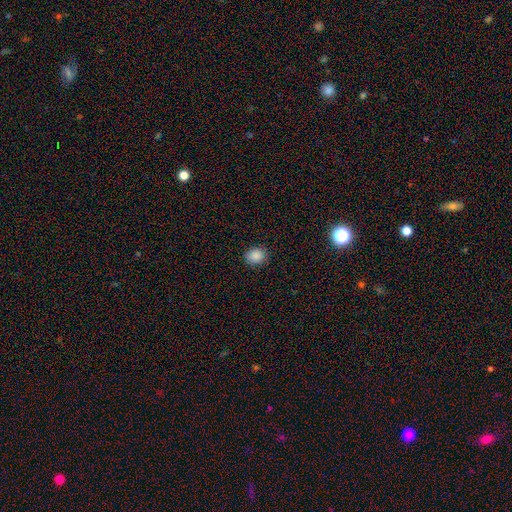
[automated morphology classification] The model was most divided on "how rounded": round: 60%, in between: 39%, cigar-shaped: 1%. More confident: smooth or featured — smooth (87%); merging — none (87%).